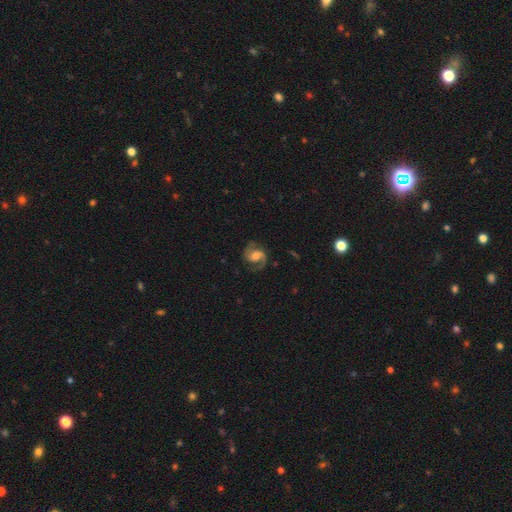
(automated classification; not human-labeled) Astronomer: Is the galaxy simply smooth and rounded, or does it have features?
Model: featured or disk — 83%.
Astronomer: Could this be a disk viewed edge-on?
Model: no — 98%.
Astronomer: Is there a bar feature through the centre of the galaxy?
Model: no — 44% (runner-up: weak, 43%).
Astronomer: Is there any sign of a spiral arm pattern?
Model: yes — 96%.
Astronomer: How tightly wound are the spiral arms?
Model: medium — 55%.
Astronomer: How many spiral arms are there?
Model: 2 — 90%.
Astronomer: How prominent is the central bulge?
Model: moderate — 53%.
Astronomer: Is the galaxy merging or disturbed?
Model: none — 76%.